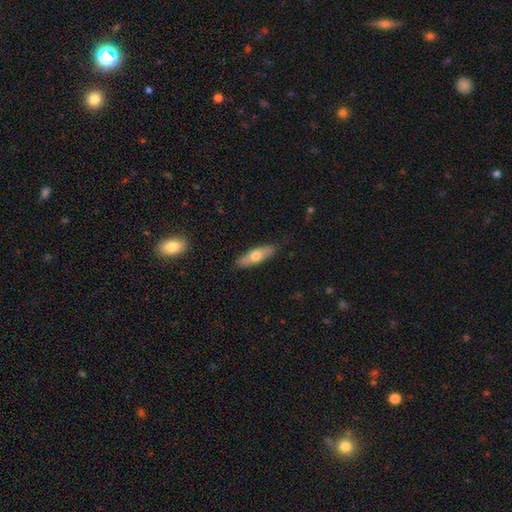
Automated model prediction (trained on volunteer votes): Smooth or featured? Predicted: smooth (p=0.61). How rounded? Predicted: in between (p=0.49). Merging? Predicted: none (p=0.86).